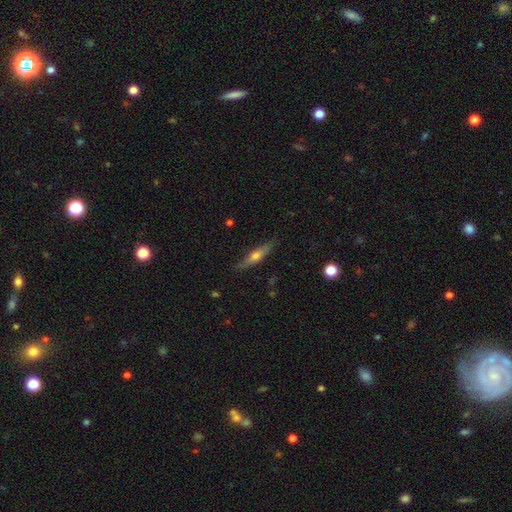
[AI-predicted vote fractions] Morphology: type=featured or disk (54%); edge-on=yes (91%); merging=none (84%).